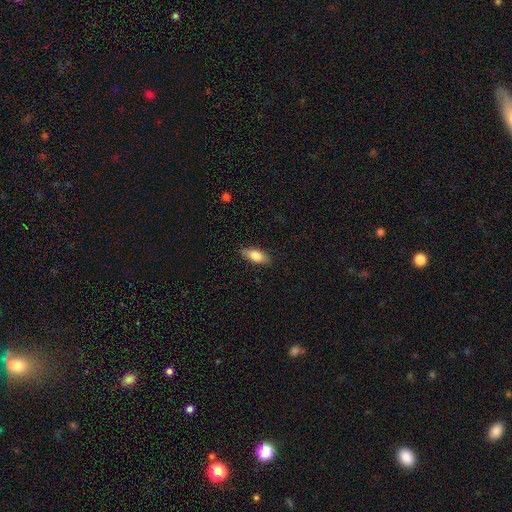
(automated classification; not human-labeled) smooth 82%, featured or disk 12%, star or artifact 6%. Down the decision tree: how rounded — in between (82%); merging — none (84%).